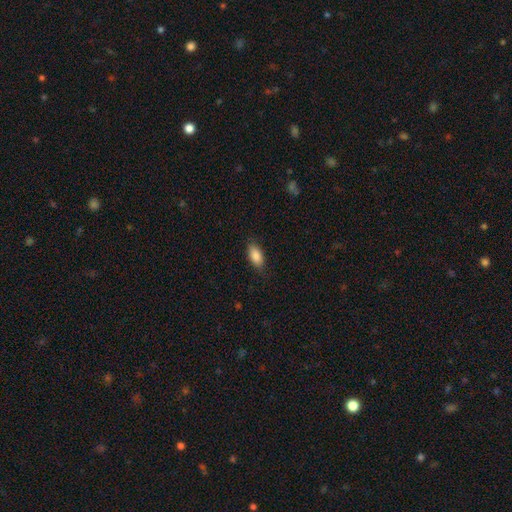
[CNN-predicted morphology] Overall: smooth (87%). How rounded: in between (91%). Merging: none (85%).